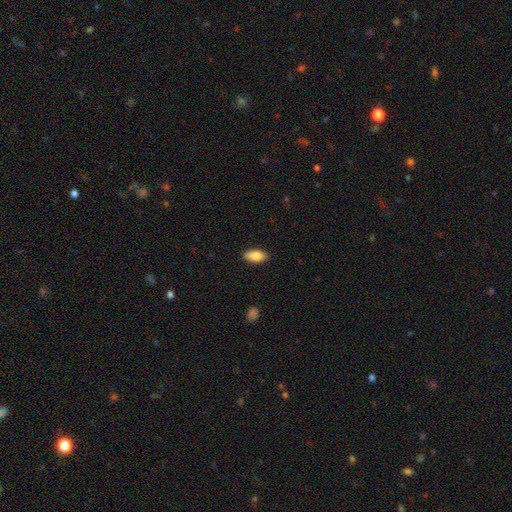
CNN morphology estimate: smooth 85%, featured or disk 9%, star or artifact 6%. Down the decision tree: how rounded — in between (92%); merging — none (89%).